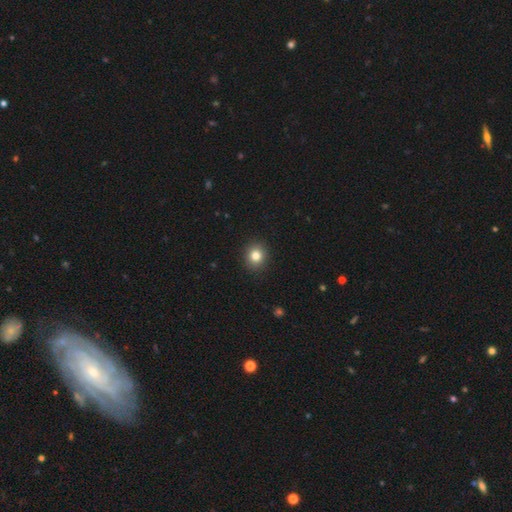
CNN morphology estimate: smooth_or_featured: smooth (p=0.82) [alt: star or artifact p=0.12]
how_rounded: round (p=0.85) [alt: in between p=0.14]
merging: none (p=0.92) [alt: minor disturbance p=0.06]